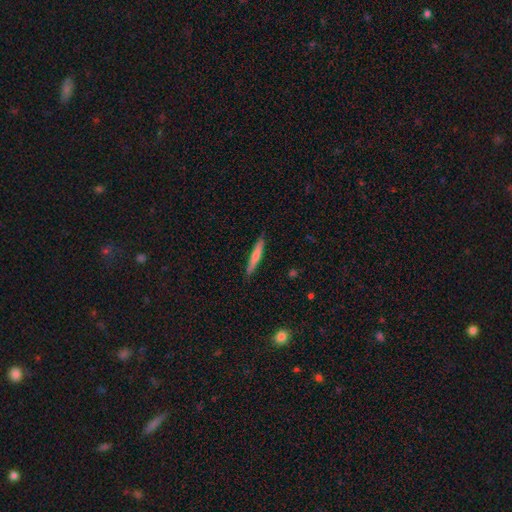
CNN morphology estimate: Smooth or featured: smooth — 61% (featured or disk — 33%)
How rounded: cigar-shaped — 94% (in between — 5%)
Merging: none — 88% (minor disturbance — 9%)